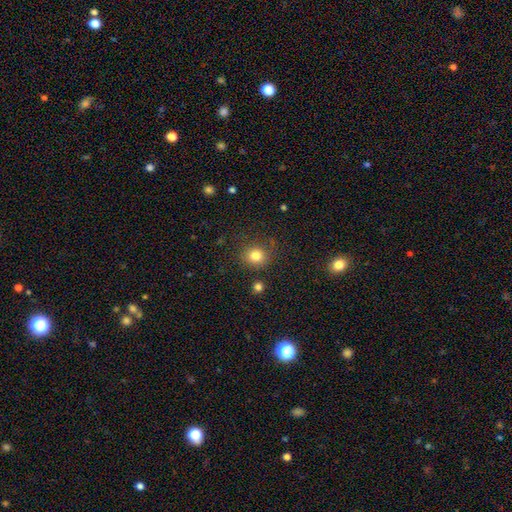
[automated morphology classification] Q: Smooth or featured?
A: smooth (81%); runner-up: star or artifact (12%)
Q: How rounded?
A: round (86%); runner-up: in between (14%)
Q: Merging?
A: none (77%); runner-up: minor disturbance (14%)